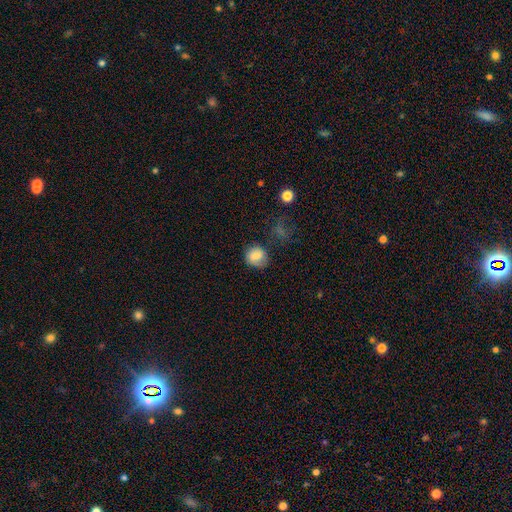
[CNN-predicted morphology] A smooth galaxy with no disk features (74%) that is round (74%). Merging: none (65%).